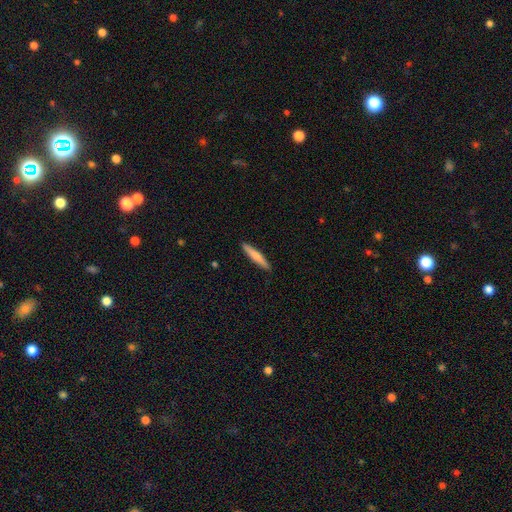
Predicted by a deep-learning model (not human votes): Smooth or featured? smooth (70%)
How rounded? cigar-shaped (92%)
Merging? none (91%)